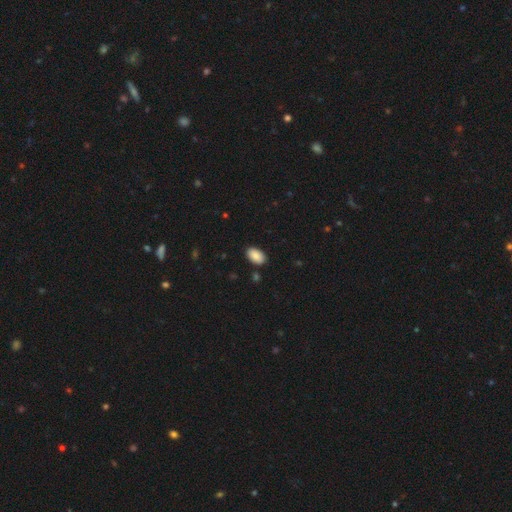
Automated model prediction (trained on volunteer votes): A smooth galaxy with no disk features (89%) that is in between round and cigar-shaped (94%).

Vote fractions:
- Smooth or featured? smooth: 89% / star or artifact: 7% / featured or disk: 5%
- How rounded? in between: 94% / round: 5% / cigar-shaped: 1%
- Merging? none: 87% / minor disturbance: 9% / major disturbance: 2% / merger: 2%